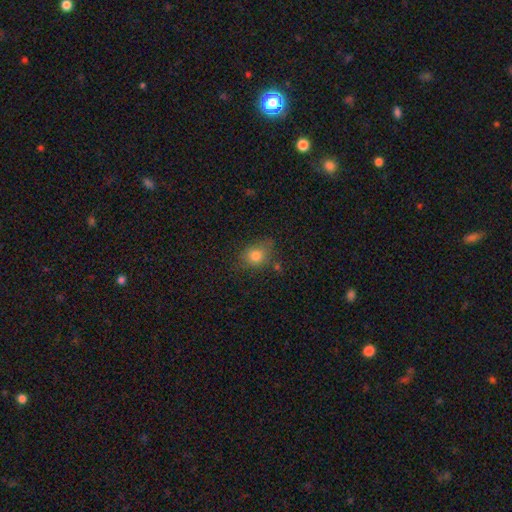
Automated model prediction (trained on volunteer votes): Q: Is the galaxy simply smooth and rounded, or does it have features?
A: smooth — 78%.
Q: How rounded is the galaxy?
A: round — 56%.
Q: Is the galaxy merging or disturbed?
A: none — 66%.